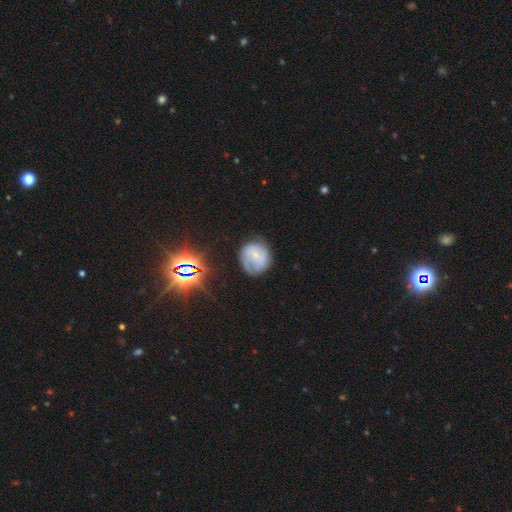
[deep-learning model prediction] The model was most divided on "smooth or featured" (2-way tie): smooth: 44%, featured or disk: 44%, star or artifact: 12%. More confident: merging — none (57%).